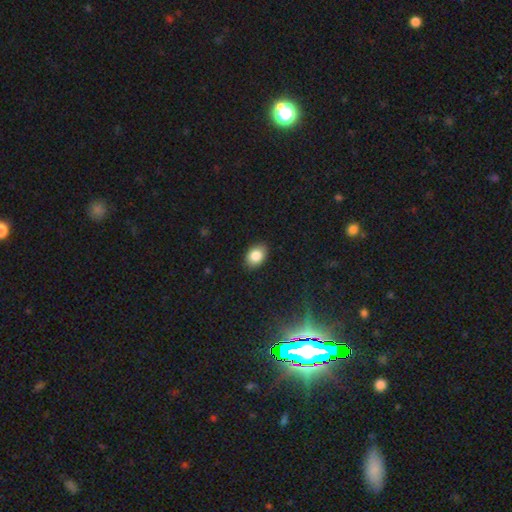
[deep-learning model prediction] Q: Smooth or featured?
A: smooth (85%); runner-up: star or artifact (8%)
Q: How rounded?
A: in between (80%); runner-up: round (19%)
Q: Merging?
A: none (88%); runner-up: minor disturbance (9%)